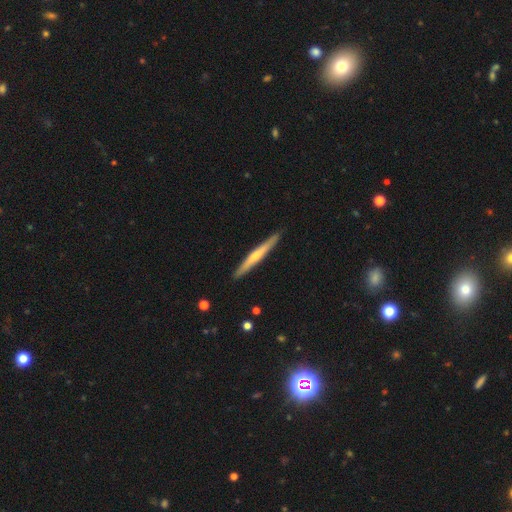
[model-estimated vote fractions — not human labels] Smooth or featured? Predicted: featured or disk (p=0.51). Edge-on disk? Predicted: yes (p=0.96). Merging? Predicted: none (p=0.91).